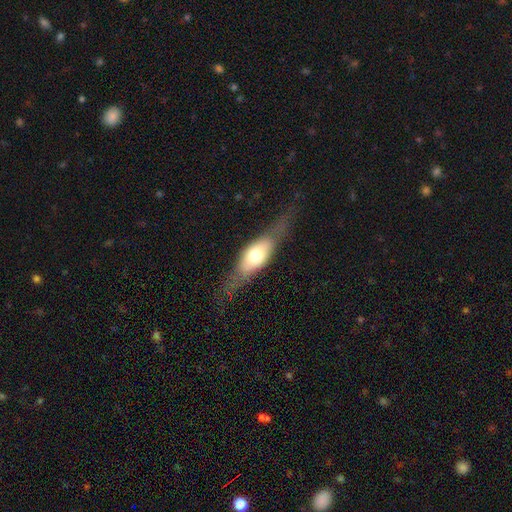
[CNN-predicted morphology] Smooth or featured: smooth — 48% (featured or disk — 46%)
Merging: none — 65% (minor disturbance — 20%)